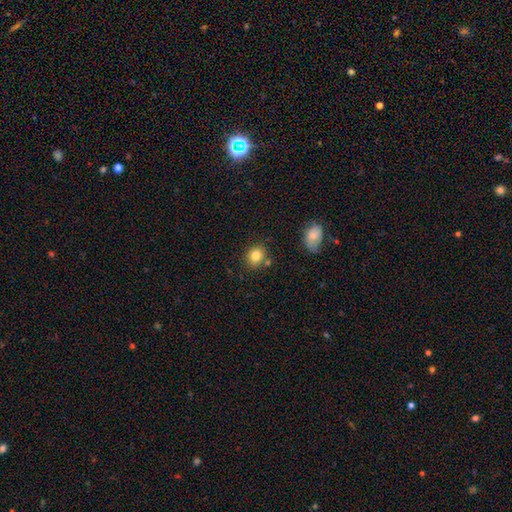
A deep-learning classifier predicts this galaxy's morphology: Q: Smooth or featured?
A: smooth (81%); runner-up: star or artifact (10%)
Q: How rounded?
A: round (67%); runner-up: in between (32%)
Q: Merging?
A: none (76%); runner-up: minor disturbance (12%)